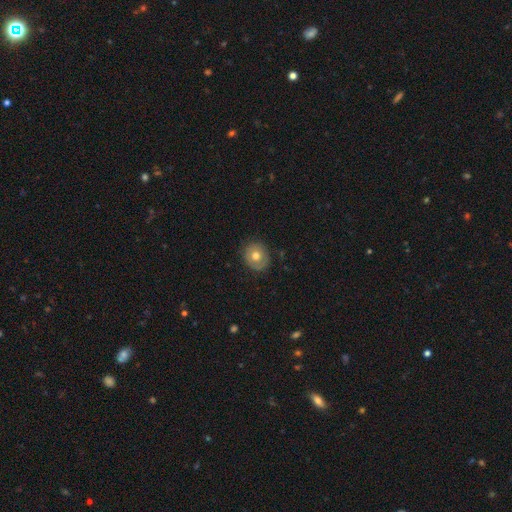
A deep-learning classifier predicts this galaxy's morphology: The model was most divided on "smooth or featured": smooth: 68%, featured or disk: 24%, star or artifact: 9%. More confident: merging — none (84%); how rounded — round (82%).